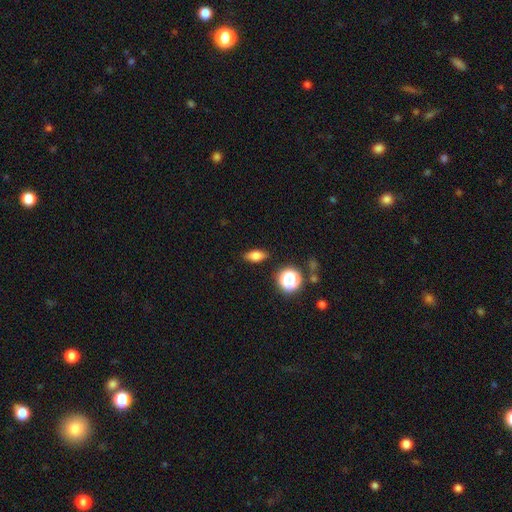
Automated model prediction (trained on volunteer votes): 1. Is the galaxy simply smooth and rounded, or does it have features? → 75% smooth, 12% star or artifact, 12% featured or disk.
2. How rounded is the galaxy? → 78% in between, 11% cigar-shaped, 11% round.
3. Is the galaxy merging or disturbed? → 87% none, 9% minor disturbance, 2% major disturbance, 2% merger.